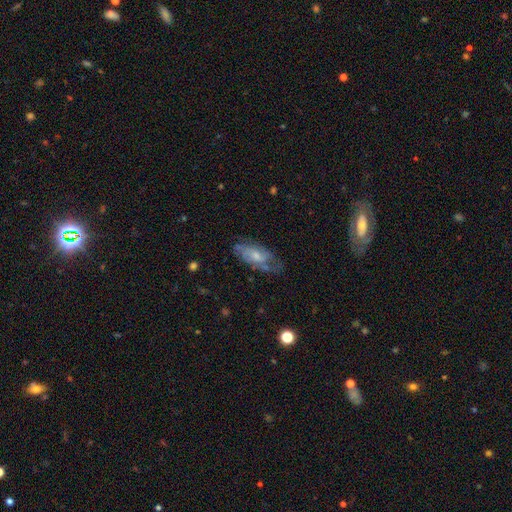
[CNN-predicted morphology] A featured or disk galaxy (58%) with no bar (68%), spiral arms (75%) and a moderate central bulge (43%). Merging: none (57%).